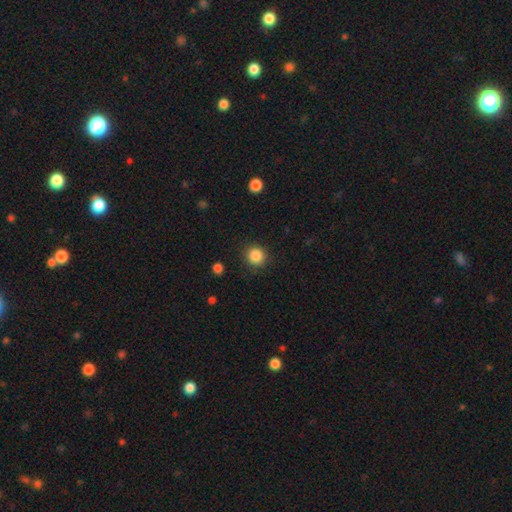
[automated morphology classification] Smooth or featured? Predicted: smooth (p=0.86). How rounded? Predicted: round (p=0.92). Merging? Predicted: none (p=0.90).